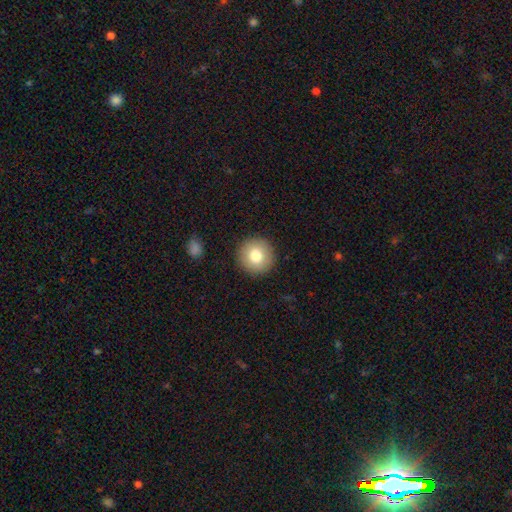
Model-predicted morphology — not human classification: This is likely a smooth galaxy (78%). How rounded: clearly round (95%). Merging: clearly none (91%).